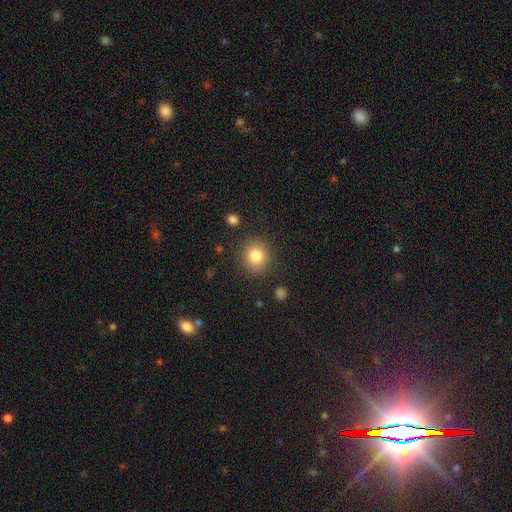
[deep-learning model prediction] Overall: smooth (82%). How rounded: round (86%). Merging: none (85%).